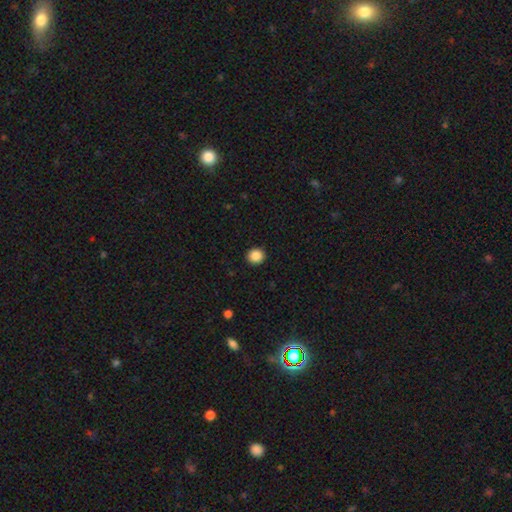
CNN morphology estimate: Overall: smooth (87%). How rounded: round (92%). Merging: none (93%).